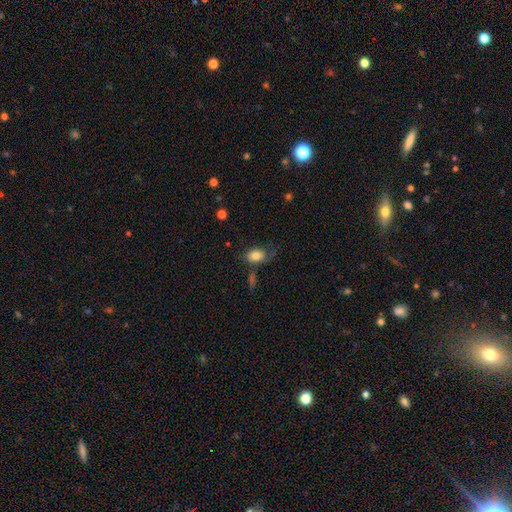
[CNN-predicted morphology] A smooth galaxy with no disk features (79%) that is in between round and cigar-shaped (80%). Merging: none (48%).